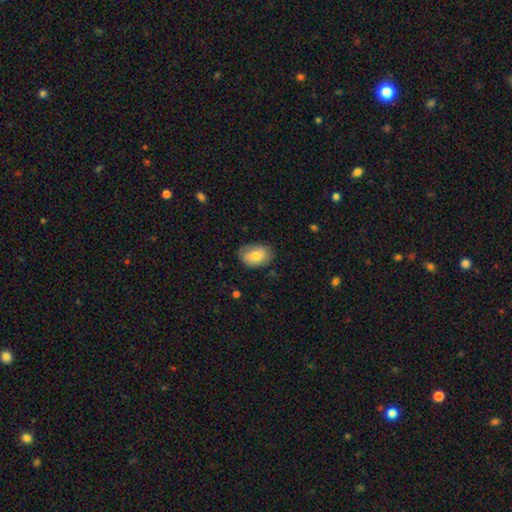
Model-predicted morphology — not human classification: smooth 77%, featured or disk 17%, star or artifact 7%. Down the decision tree: how rounded — in between (82%); merging — none (73%).